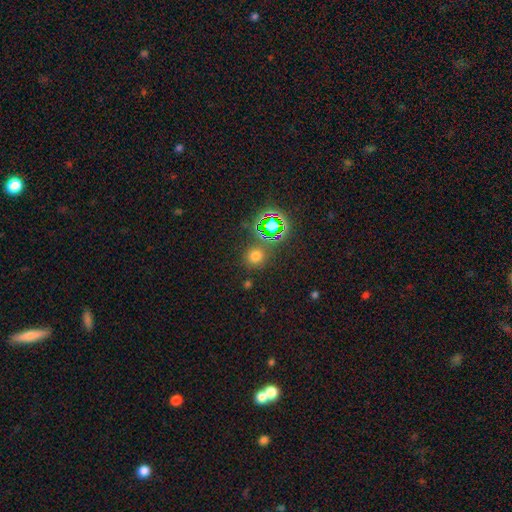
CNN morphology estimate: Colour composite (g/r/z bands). It shows a smooth galaxy with no disk features (61%) that is round (84%). Merging: none (80%).